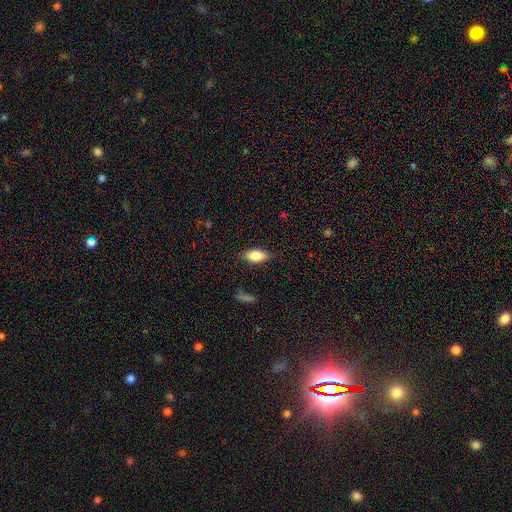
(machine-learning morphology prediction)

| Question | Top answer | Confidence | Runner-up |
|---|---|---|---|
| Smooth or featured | smooth | 79% | featured or disk (13%) |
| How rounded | in between | 87% | cigar-shaped (9%) |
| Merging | none | 83% | minor disturbance (13%) |